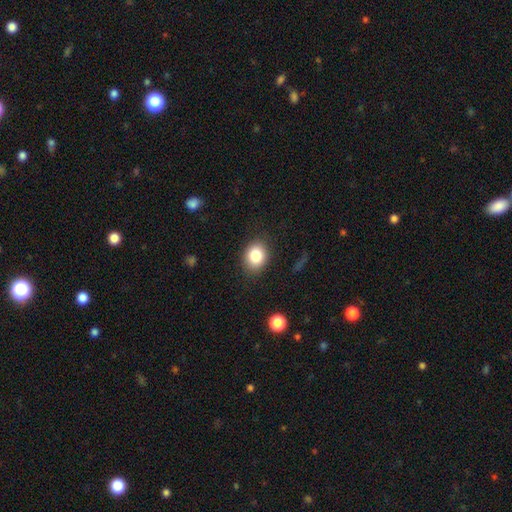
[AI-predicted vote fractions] Overall: smooth (83%). How rounded: in between (51%; round 48%). Merging: none (85%).